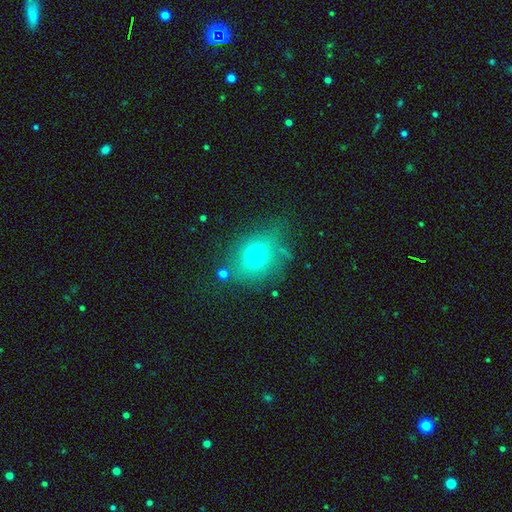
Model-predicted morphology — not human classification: type=smooth (68%); roundness=round (60%); merging=none (69%).